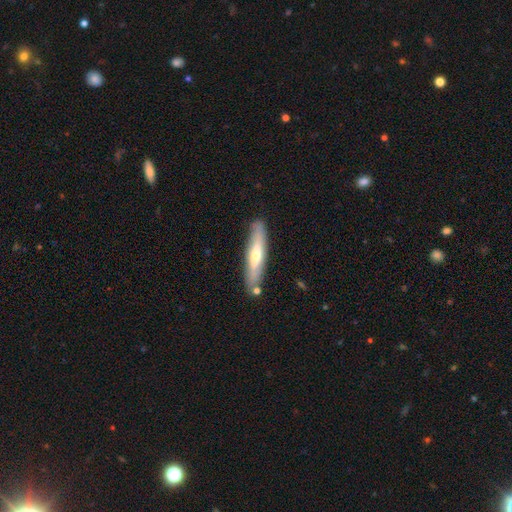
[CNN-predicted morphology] smooth_or_featured: smooth (p=0.49) [alt: featured or disk p=0.45]
merging: none (p=0.81) [alt: minor disturbance p=0.12]